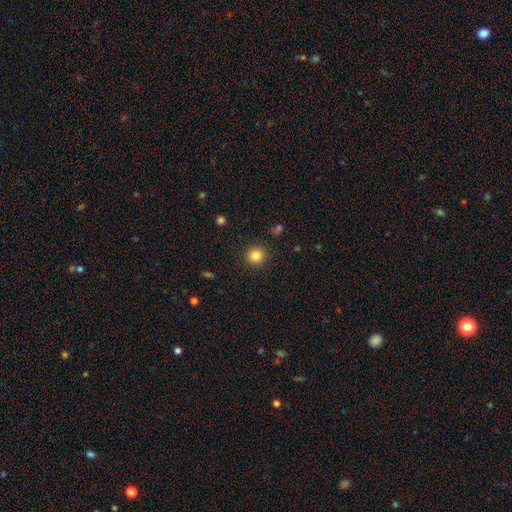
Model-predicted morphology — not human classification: This is clearly a smooth galaxy (83%). How rounded: clearly round (92%). Merging: clearly none (90%).